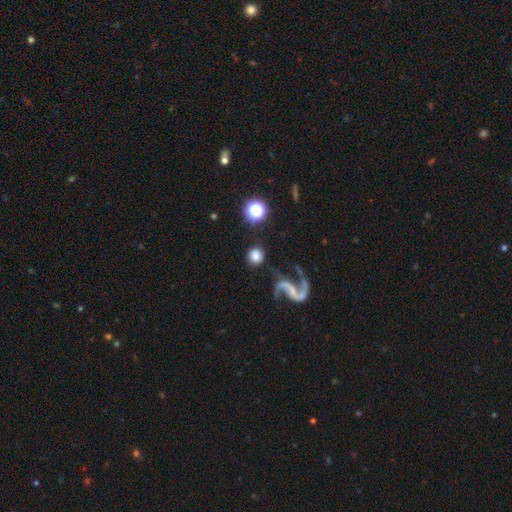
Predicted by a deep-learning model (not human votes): Overall: smooth (65%). How rounded: round (91%). Merging: none (78%).